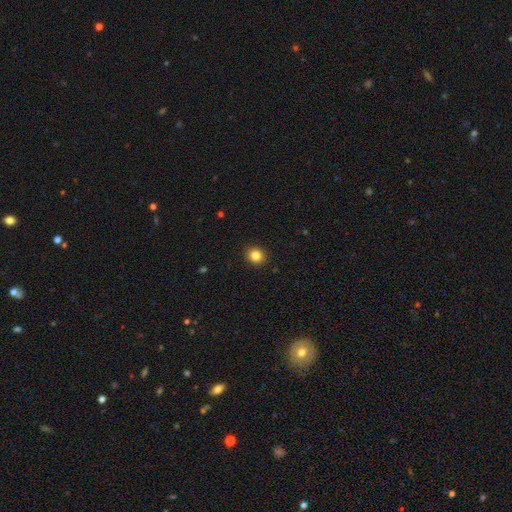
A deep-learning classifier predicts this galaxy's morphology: smooth_or_featured: smooth (p=0.84) [alt: star or artifact p=0.11]
how_rounded: round (p=0.81) [alt: in between p=0.18]
merging: none (p=0.91) [alt: minor disturbance p=0.06]